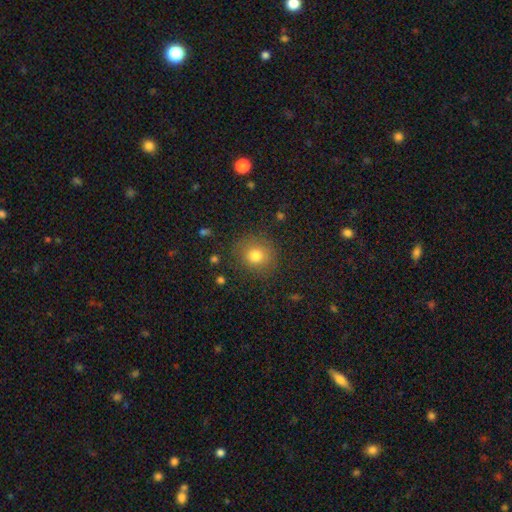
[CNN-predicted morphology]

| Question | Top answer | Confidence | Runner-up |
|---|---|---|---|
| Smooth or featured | smooth | 78% | star or artifact (13%) |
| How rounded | round | 84% | in between (15%) |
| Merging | none | 84% | minor disturbance (10%) |